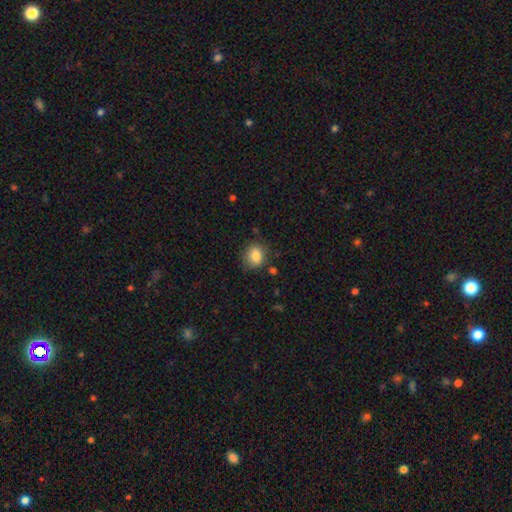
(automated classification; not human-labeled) Overall: smooth (84%). How rounded: round (60%; in between 39%). Merging: none (78%).